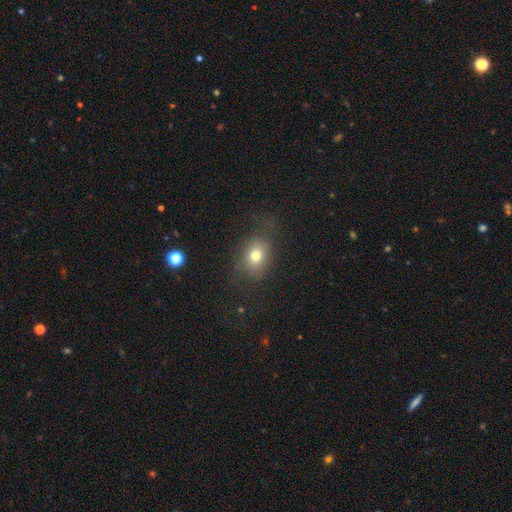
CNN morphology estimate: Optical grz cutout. It shows a smooth galaxy with no disk features (74%) that is in between round and cigar-shaped (52%). Merging: none (63%).